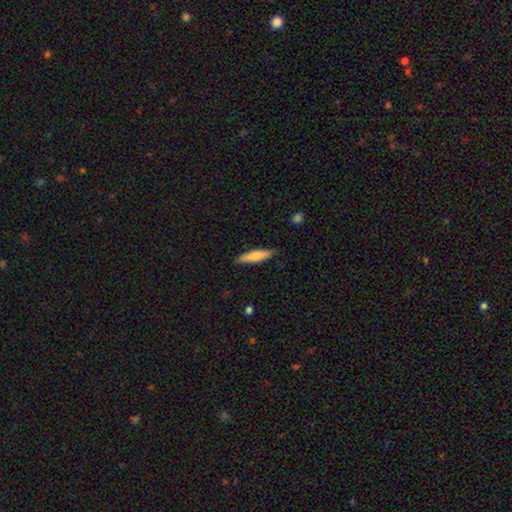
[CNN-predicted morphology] A smooth galaxy with no disk features (73%) that is cigar-shaped (83%).

Vote fractions:
- Smooth or featured? smooth: 73% / featured or disk: 22% / star or artifact: 5%
- How rounded? cigar-shaped: 83% / in between: 16% / round: 1%
- Merging? none: 88% / minor disturbance: 9% / major disturbance: 2% / merger: 1%